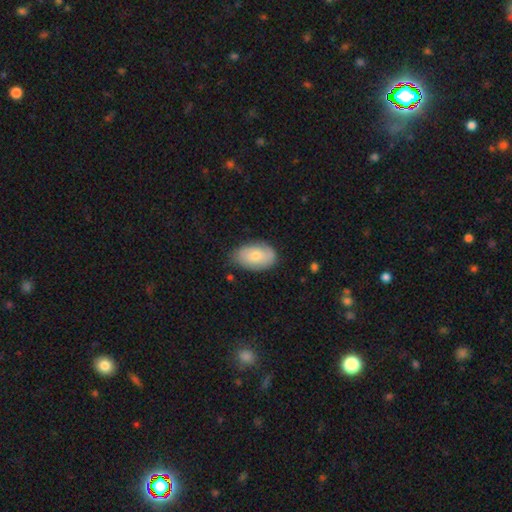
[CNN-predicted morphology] Q: Smooth or featured?
A: smooth (67%); runner-up: featured or disk (27%)
Q: How rounded?
A: in between (91%); runner-up: round (7%)
Q: Merging?
A: none (70%); runner-up: minor disturbance (24%)